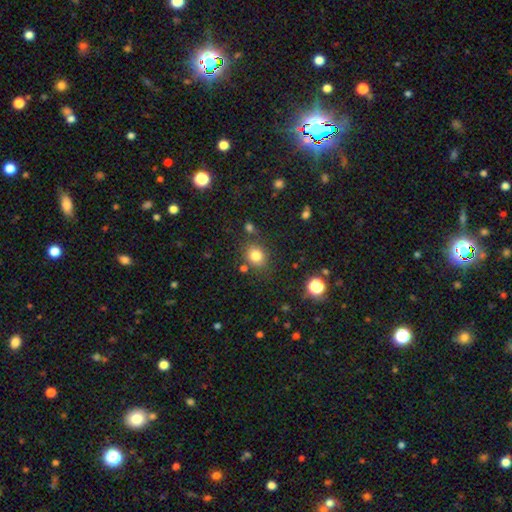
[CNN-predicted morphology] Smooth or featured? Predicted: smooth (p=0.80). How rounded? Predicted: round (p=0.66). Merging? Predicted: none (p=0.76).